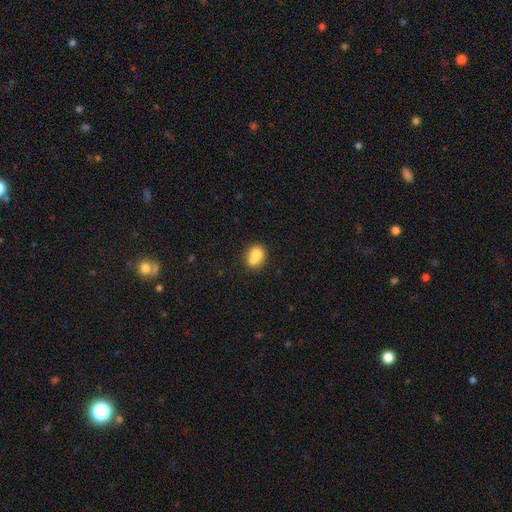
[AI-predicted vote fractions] Smooth or featured? smooth (72%)
How rounded? round (64%)
Merging? merger (56%)